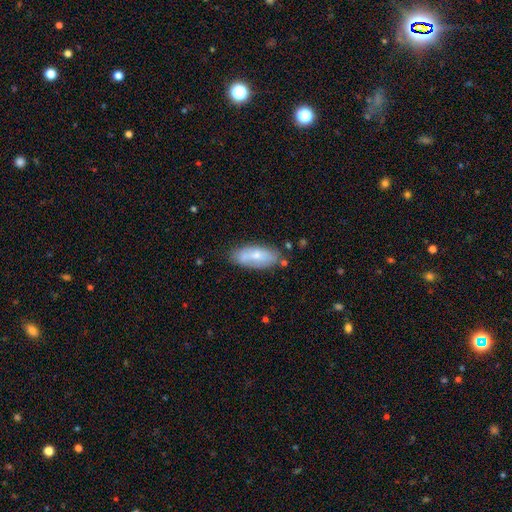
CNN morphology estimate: type=smooth (63%); roundness=in between (85%); merging=none (67%).